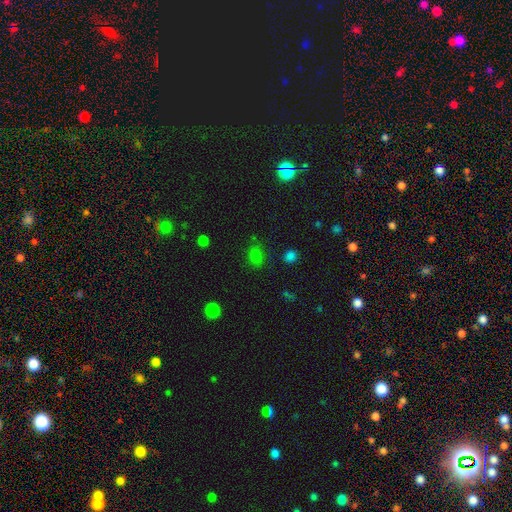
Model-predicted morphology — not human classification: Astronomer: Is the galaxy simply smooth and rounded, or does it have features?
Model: smooth — 74%.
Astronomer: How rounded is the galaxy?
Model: in between — 58% (runner-up: round, 40%).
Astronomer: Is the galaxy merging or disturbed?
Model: none — 75%.